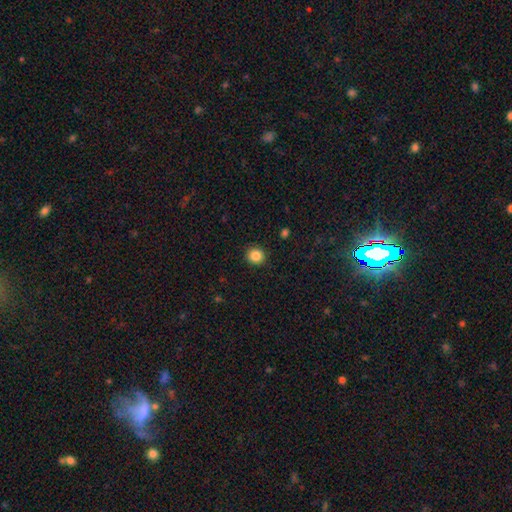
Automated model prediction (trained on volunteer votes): Q: Smooth or featured?
A: smooth (85%); runner-up: star or artifact (10%)
Q: How rounded?
A: round (91%); runner-up: in between (8%)
Q: Merging?
A: none (92%); runner-up: minor disturbance (6%)